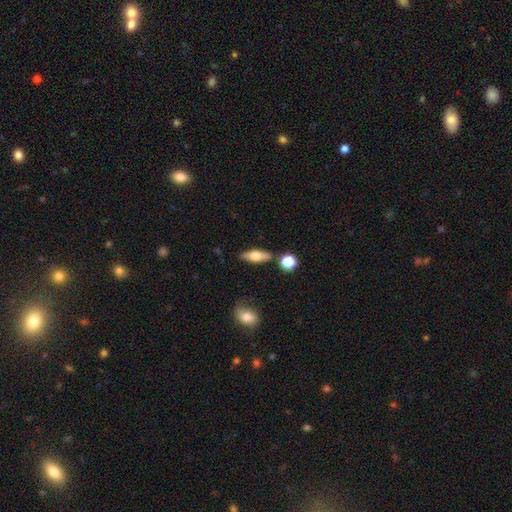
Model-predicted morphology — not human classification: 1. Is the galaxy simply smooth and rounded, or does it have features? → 57% smooth, 36% featured or disk, 7% star or artifact.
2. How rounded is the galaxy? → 59% in between, 37% cigar-shaped, 4% round.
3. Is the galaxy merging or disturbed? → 80% none, 11% minor disturbance, 7% merger, 3% major disturbance.